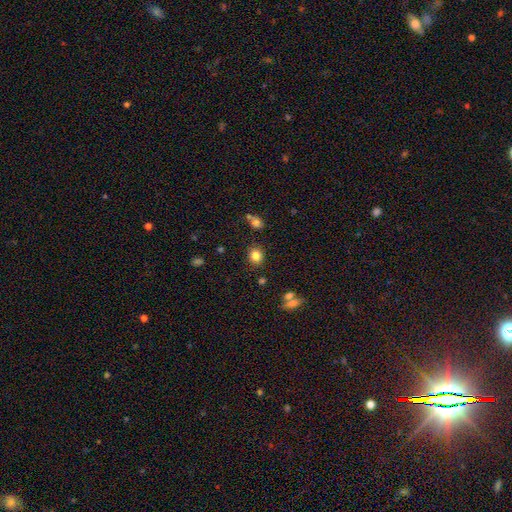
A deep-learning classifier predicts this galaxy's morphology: smooth 82%, star or artifact 12%, featured or disk 6%. Down the decision tree: how rounded — round (76%); merging — none (85%).